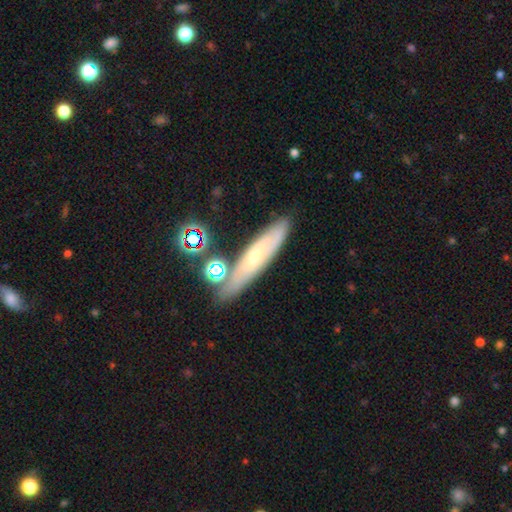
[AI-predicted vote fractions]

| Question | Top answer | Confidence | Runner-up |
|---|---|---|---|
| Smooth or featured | featured or disk | 49% | smooth (38%) |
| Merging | none | 71% | minor disturbance (15%) |